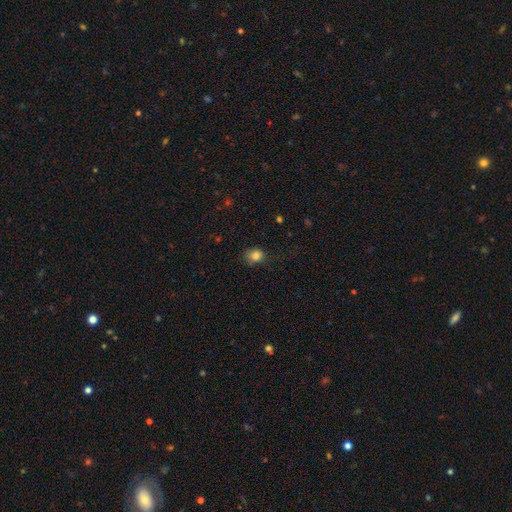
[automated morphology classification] A smooth galaxy with no disk features (82%) that is round (63%). Merging: none (67%).